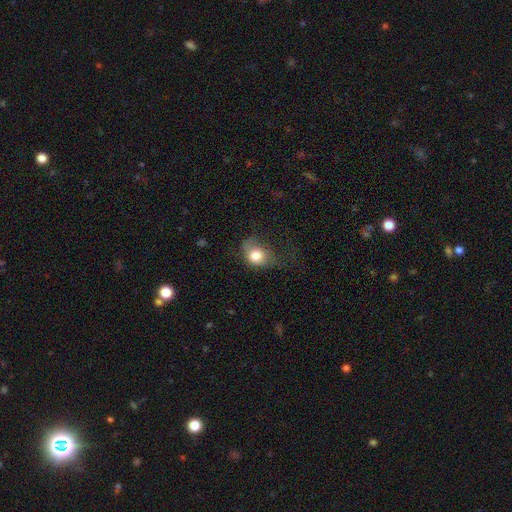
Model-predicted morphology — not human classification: The model was most divided on "merging": minor disturbance: 34%, major disturbance: 33%, none: 30%, merger: 3%. More confident: smooth or featured — smooth (77%); how rounded — in between (54%).